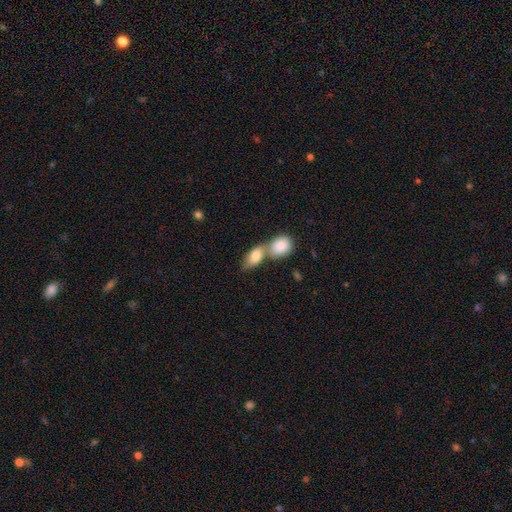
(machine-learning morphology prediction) Overall: smooth (81%). How rounded: in between (82%). Merging: merger (67%).